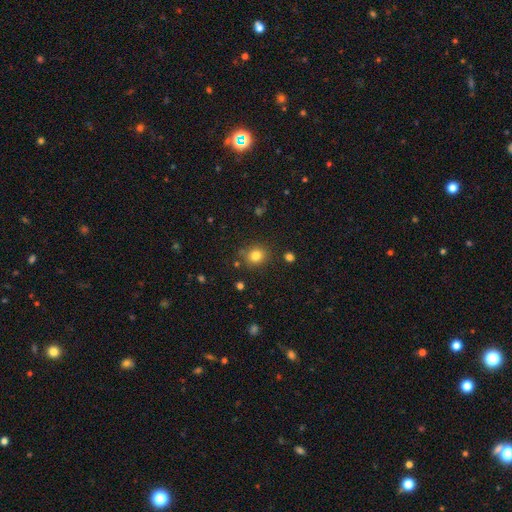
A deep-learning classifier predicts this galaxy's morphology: Q: Smooth or featured?
A: smooth (80%); runner-up: star or artifact (13%)
Q: How rounded?
A: round (77%); runner-up: in between (22%)
Q: Merging?
A: none (82%); runner-up: minor disturbance (11%)